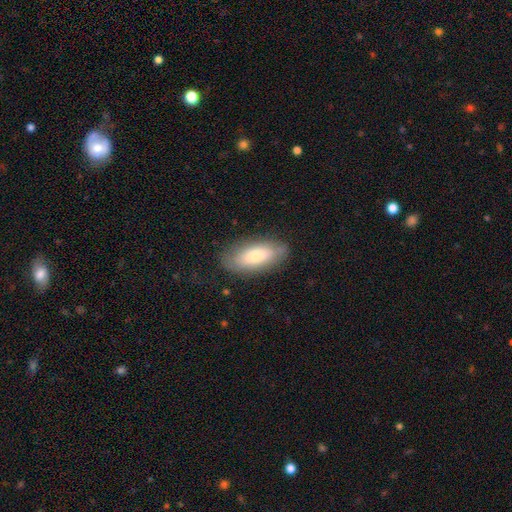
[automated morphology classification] Smooth or featured? Predicted: smooth (p=0.71). How rounded? Predicted: in between (p=0.85). Merging? Predicted: none (p=0.80).